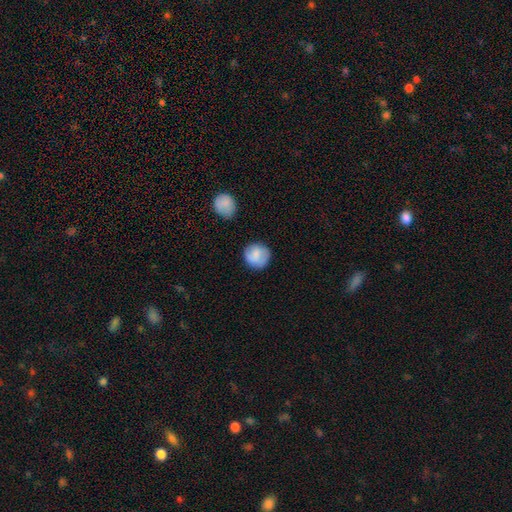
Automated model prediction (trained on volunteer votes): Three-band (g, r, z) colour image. It shows a smooth galaxy with no disk features (80%) that is round (90%). Merging: none (80%).